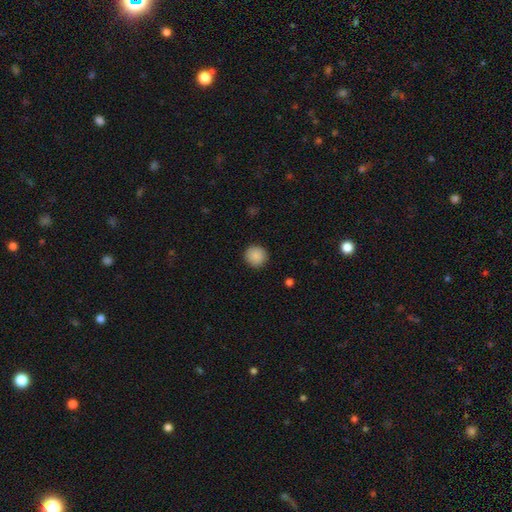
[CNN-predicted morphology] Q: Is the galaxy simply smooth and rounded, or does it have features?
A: smooth — 89%.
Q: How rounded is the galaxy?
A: round — 94%.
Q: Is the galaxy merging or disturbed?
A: none — 91%.